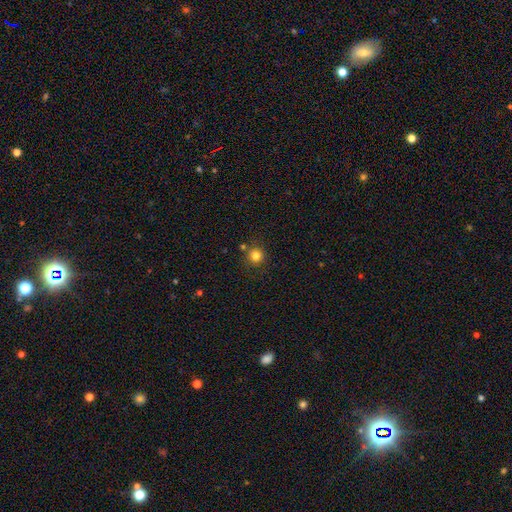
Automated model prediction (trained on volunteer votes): A smooth galaxy with no disk features (81%) that is round (94%).

Vote fractions:
- Smooth or featured? smooth: 81% / star or artifact: 13% / featured or disk: 6%
- How rounded? round: 94% / in between: 5% / cigar-shaped: 1%
- Merging? none: 81% / minor disturbance: 9% / merger: 7% / major disturbance: 3%